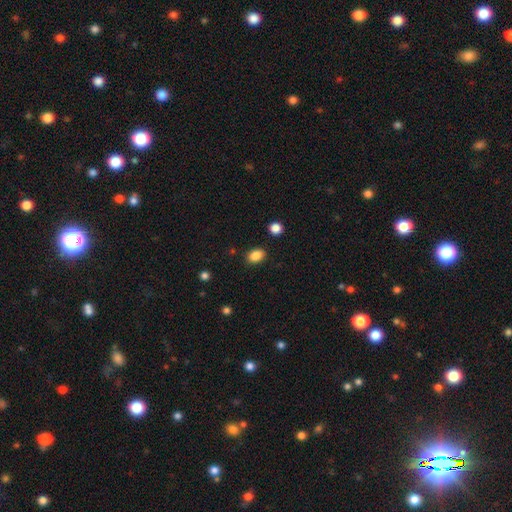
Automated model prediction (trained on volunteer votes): Smooth or featured?
  - smooth: 86% *
  - star or artifact: 9%
  - featured or disk: 5%
How rounded?
  - in between: 77% *
  - round: 22%
  - cigar-shaped: 1%
Merging?
  - none: 86% *
  - minor disturbance: 9%
  - merger: 2%
  - major disturbance: 2%